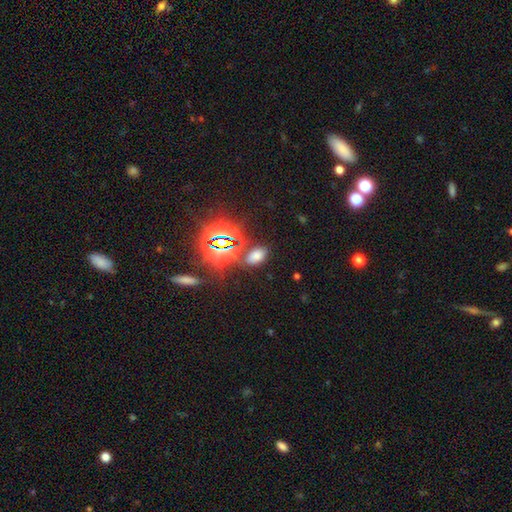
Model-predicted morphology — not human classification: Q: Smooth or featured?
A: smooth (58%); runner-up: star or artifact (35%)
Q: How rounded?
A: in between (89%); runner-up: round (9%)
Q: Merging?
A: none (76%); runner-up: minor disturbance (12%)